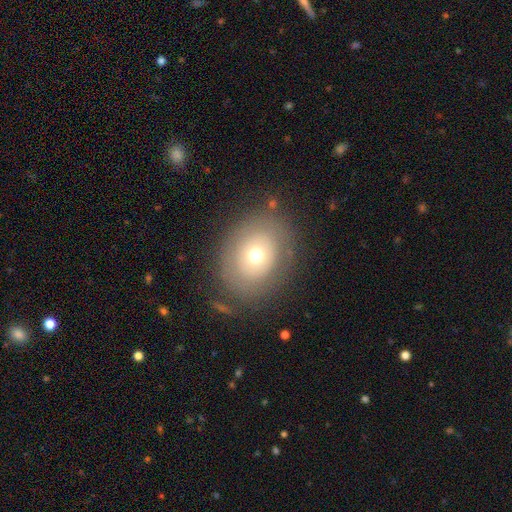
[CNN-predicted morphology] A smooth galaxy with no disk features (60%) that is round (52%). Merging: none (78%).